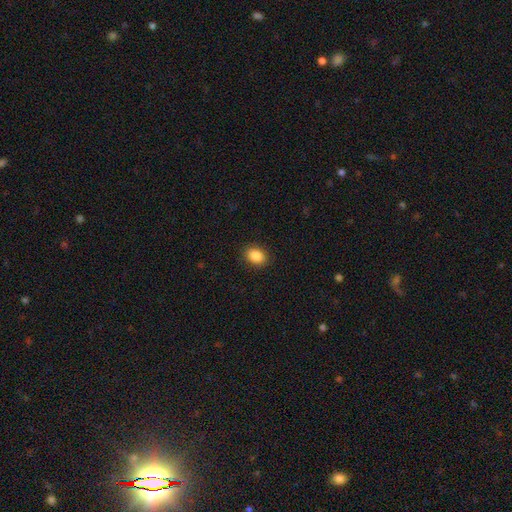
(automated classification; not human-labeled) The model was most divided on "how rounded": in between: 71%, round: 28%, cigar-shaped: 1%. More confident: merging — none (90%); smooth or featured — smooth (88%).